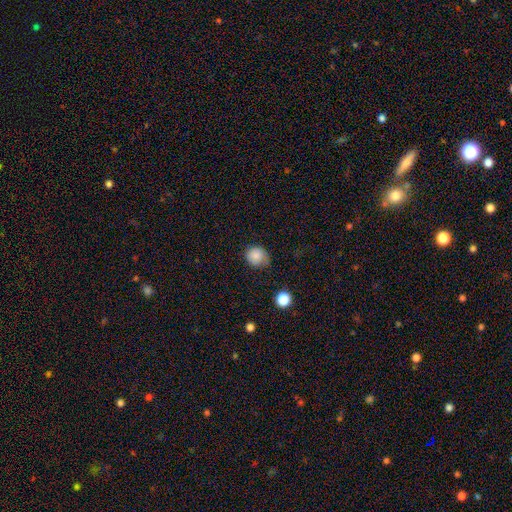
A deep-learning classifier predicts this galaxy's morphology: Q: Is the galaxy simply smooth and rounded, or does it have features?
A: smooth — 84%.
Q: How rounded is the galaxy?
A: round — 82%.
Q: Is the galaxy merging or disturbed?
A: none — 68%.